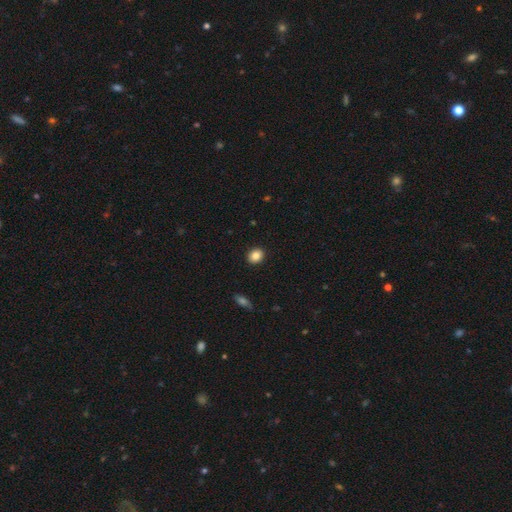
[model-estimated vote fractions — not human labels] A smooth galaxy with no disk features (85%) that is round (61%).

Vote fractions:
- Smooth or featured? smooth: 85% / star or artifact: 9% / featured or disk: 6%
- How rounded? round: 61% / in between: 38% / cigar-shaped: 1%
- Merging? none: 91% / minor disturbance: 6% / major disturbance: 2% / merger: 1%